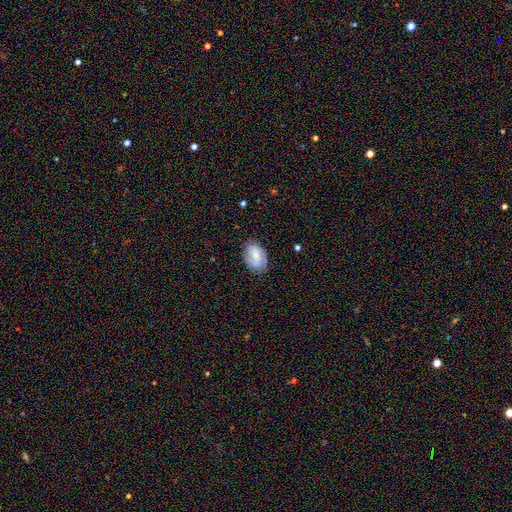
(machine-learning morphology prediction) This appears to be a smooth galaxy with no disk features (55%) that is in between round and cigar-shaped (86%). Merging: none (75%).